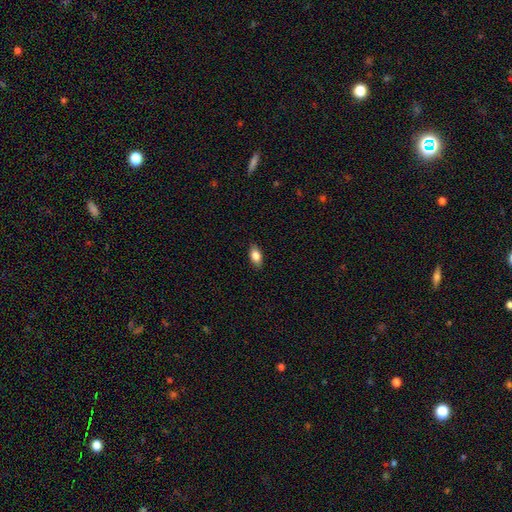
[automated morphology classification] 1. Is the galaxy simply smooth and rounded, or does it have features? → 84% smooth, 8% featured or disk, 7% star or artifact.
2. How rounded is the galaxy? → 89% in between, 6% round, 5% cigar-shaped.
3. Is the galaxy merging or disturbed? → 88% none, 9% minor disturbance, 2% major disturbance, 1% merger.